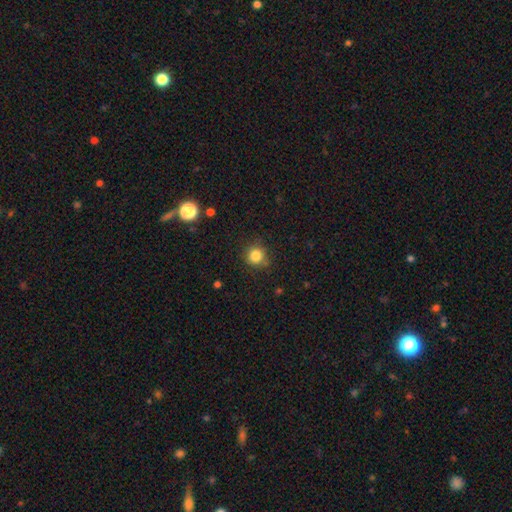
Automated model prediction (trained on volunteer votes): This is clearly a smooth galaxy (83%). How rounded: clearly round (92%). Merging: clearly none (81%).